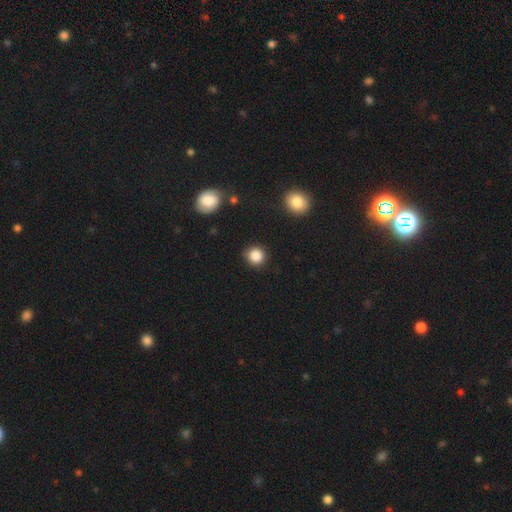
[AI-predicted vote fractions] smooth-or-featured: smooth: 86% | star or artifact: 11% | featured or disk: 4%
  how-rounded: round: 91% | in between: 8% | cigar-shaped: 1%
  merging: none: 88% | minor disturbance: 8% | major disturbance: 2% | merger: 1%